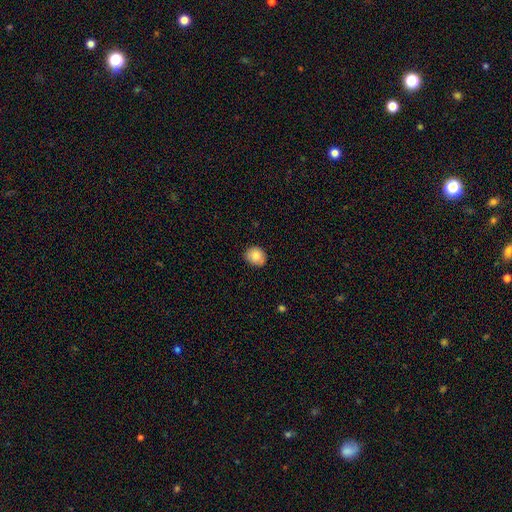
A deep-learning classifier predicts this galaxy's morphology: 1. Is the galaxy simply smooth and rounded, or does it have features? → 85% smooth, 8% star or artifact, 7% featured or disk.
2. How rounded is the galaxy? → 64% round, 35% in between, 1% cigar-shaped.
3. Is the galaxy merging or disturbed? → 82% none, 15% minor disturbance, 2% major disturbance, 1% merger.